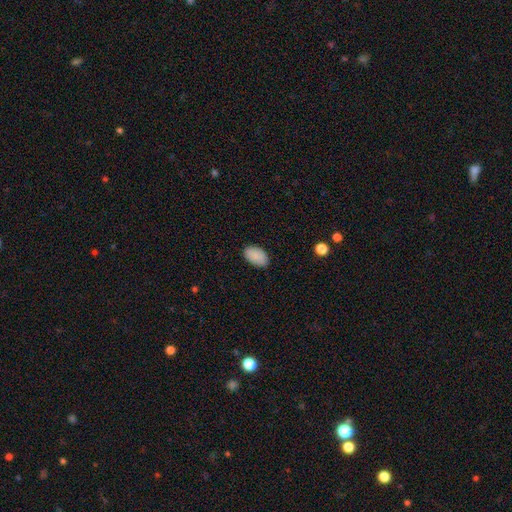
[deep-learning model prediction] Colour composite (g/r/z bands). It shows a smooth galaxy with no disk features (90%) that is in between round and cigar-shaped (92%). Merging: none (86%).